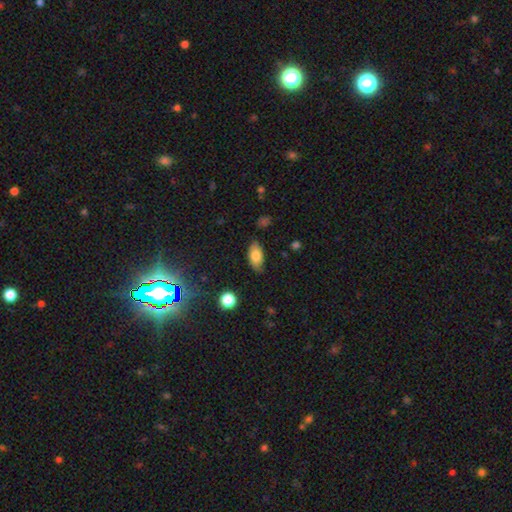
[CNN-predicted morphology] Smooth or featured: smooth — 80% (featured or disk — 12%)
How rounded: in between — 92% (cigar-shaped — 4%)
Merging: none — 82% (minor disturbance — 14%)